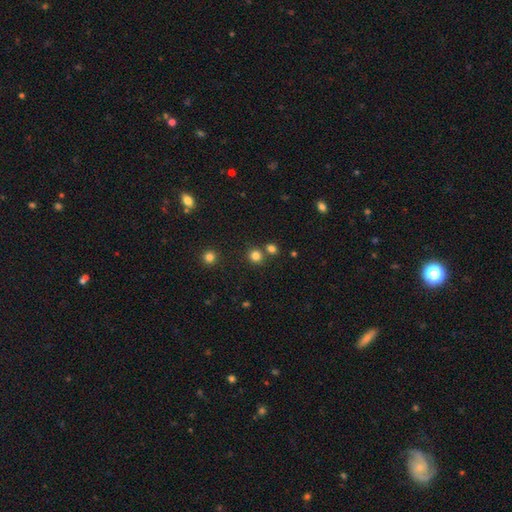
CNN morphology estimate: Q: Smooth or featured?
A: smooth (81%); runner-up: star or artifact (15%)
Q: How rounded?
A: round (86%); runner-up: in between (13%)
Q: Merging?
A: none (73%); runner-up: merger (17%)